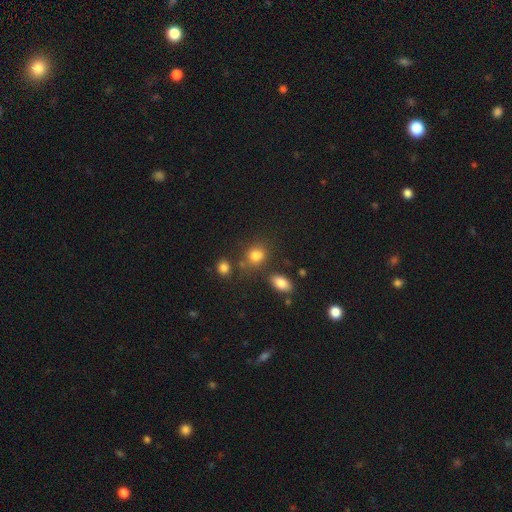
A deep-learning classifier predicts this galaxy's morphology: Smooth or featured?
  - smooth: 80% *
  - star or artifact: 13%
  - featured or disk: 7%
How rounded?
  - round: 49% * (tied)
  - in between: 49% * (tied)
  - cigar-shaped: 2%
Merging?
  - none: 63% *
  - minor disturbance: 16%
  - merger: 15%
  - major disturbance: 6%